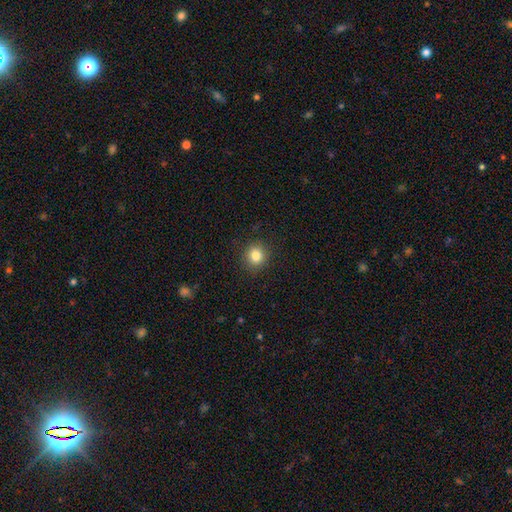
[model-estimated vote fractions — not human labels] Smooth or featured: smooth — 82% (star or artifact — 11%)
How rounded: round — 88% (in between — 12%)
Merging: none — 91% (minor disturbance — 6%)